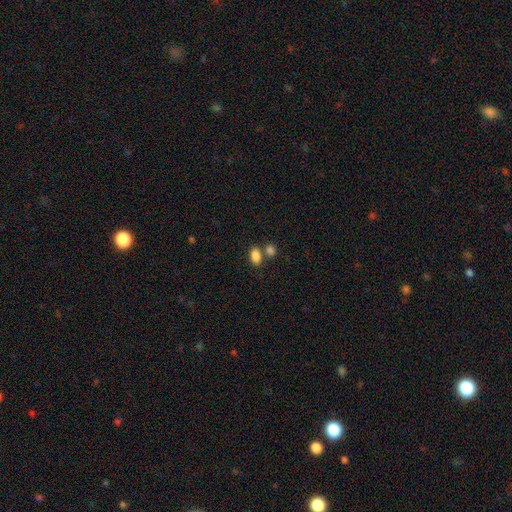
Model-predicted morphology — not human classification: smooth_or_featured: smooth (p=0.86) [alt: star or artifact p=0.09]
how_rounded: in between (p=0.87) [alt: round p=0.11]
merging: none (p=0.58) [alt: merger p=0.28]